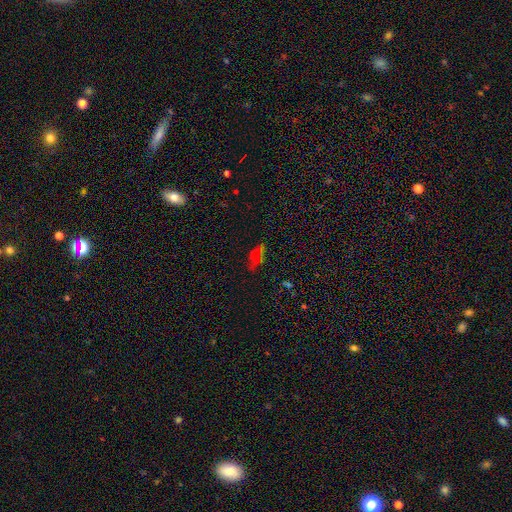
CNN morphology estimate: Smooth or featured?
  - smooth: 42% *
  - star or artifact: 40%
  - featured or disk: 18%
Merging?
  - none: 49% *
  - minor disturbance: 21%
  - major disturbance: 17%
  - merger: 13%